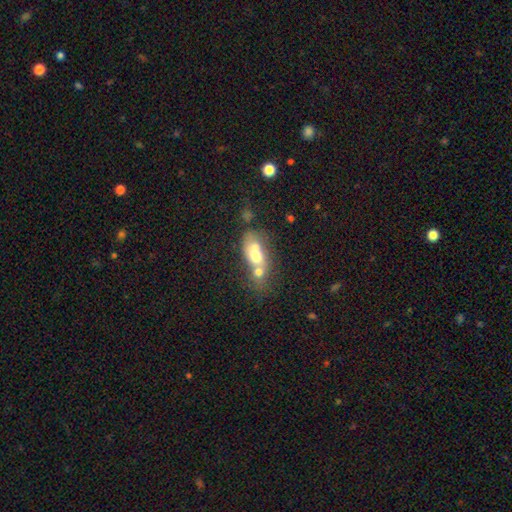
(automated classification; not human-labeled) Morphology: type=smooth (60%); roundness=in between (68%); merging=merger (67%).